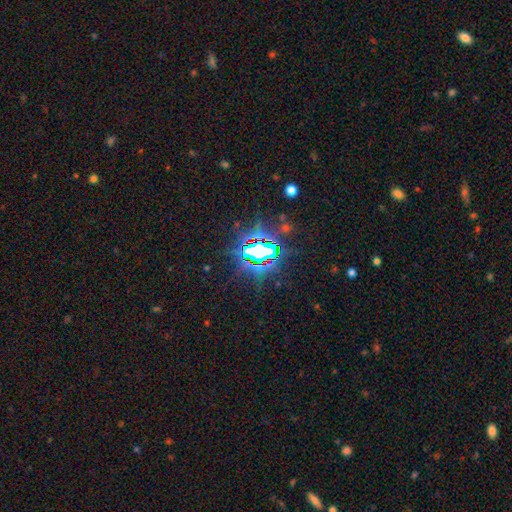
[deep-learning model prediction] The model was most divided on "smooth or featured": star or artifact: 83%, smooth: 9%, featured or disk: 7%.